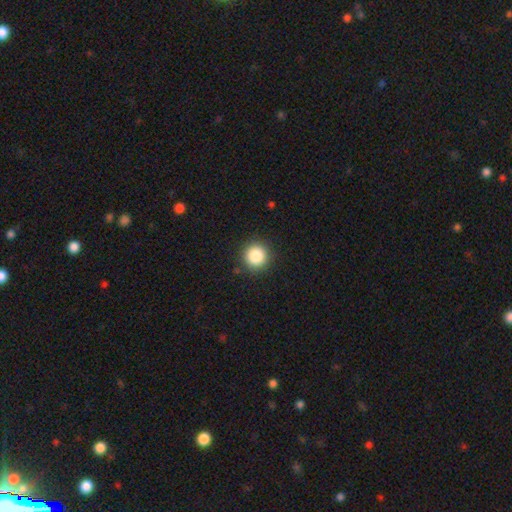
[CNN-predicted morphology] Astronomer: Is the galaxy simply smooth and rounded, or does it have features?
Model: smooth — 85%.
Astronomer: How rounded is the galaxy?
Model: round — 95%.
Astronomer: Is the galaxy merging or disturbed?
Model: none — 90%.